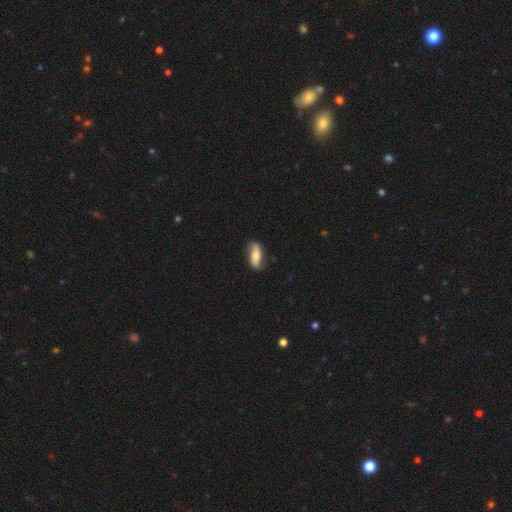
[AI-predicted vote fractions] A smooth galaxy with no disk features (60%) that is in between round and cigar-shaped (71%).

Vote fractions:
- Smooth or featured? smooth: 60% / featured or disk: 34% / star or artifact: 6%
- How rounded? in between: 71% / cigar-shaped: 26% / round: 3%
- Merging? none: 80% / minor disturbance: 16% / major disturbance: 3% / merger: 1%